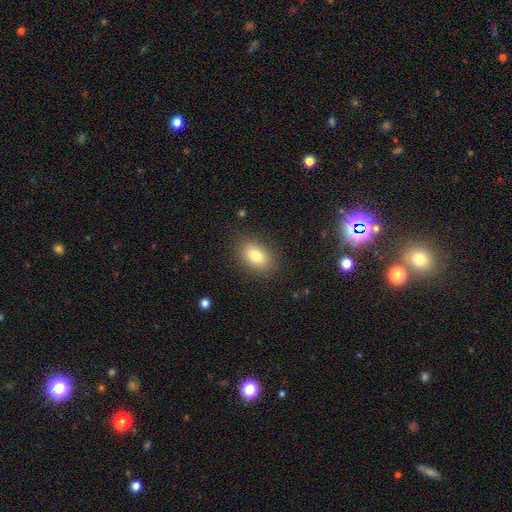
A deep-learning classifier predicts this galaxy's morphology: smooth-or-featured: smooth: 81% | featured or disk: 10% | star or artifact: 9%
  how-rounded: in between: 86% | round: 12% | cigar-shaped: 2%
  merging: none: 86% | minor disturbance: 10% | major disturbance: 3% | merger: 1%